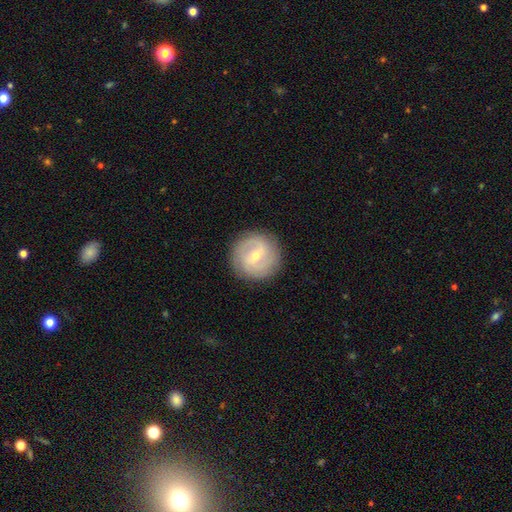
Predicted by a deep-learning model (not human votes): Smooth or featured: featured or disk — 70% (smooth — 23%)
Edge-on disk: no — 96% (yes — 4%)
Bar: weak — 53% (no — 24%)
Spiral arms: yes — 81% (no — 19%)
Spiral winding: tight — 45% (medium — 38%)
Spiral arm count: 2 — 61% (can't tell — 22%)
Bulge size: small — 59% (moderate — 39%)
Merging: none — 87% (minor disturbance — 9%)